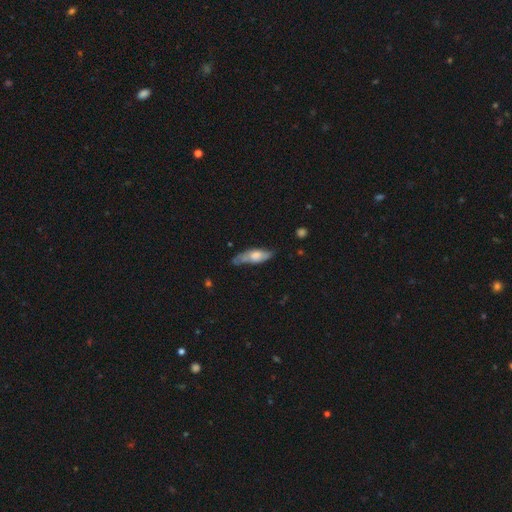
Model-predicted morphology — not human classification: Smooth or featured?
  - smooth: 54% *
  - featured or disk: 40%
  - star or artifact: 6%
How rounded?
  - in between: 56% *
  - cigar-shaped: 42%
  - round: 2%
Merging?
  - none: 52% *
  - minor disturbance: 33%
  - major disturbance: 12%
  - merger: 3%